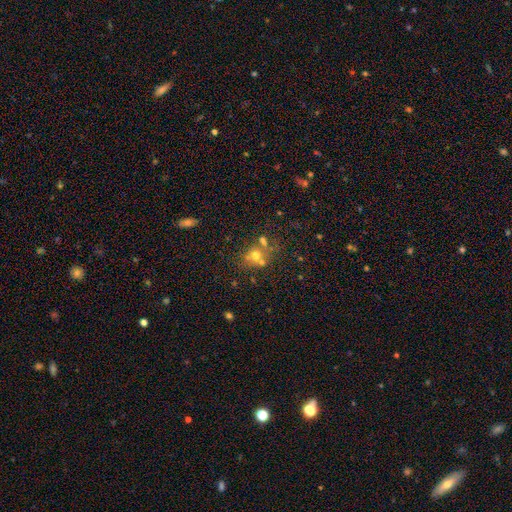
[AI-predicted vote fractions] This is possibly a smooth galaxy (57%). How rounded: likely round (74%). Merging: possibly none (48%).